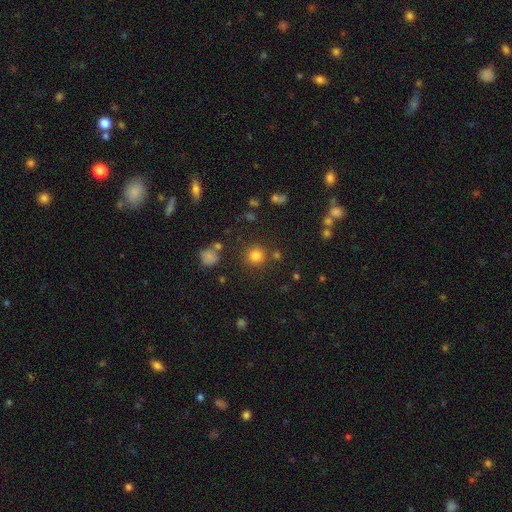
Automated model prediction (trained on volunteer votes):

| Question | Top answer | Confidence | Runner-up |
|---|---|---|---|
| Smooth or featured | smooth | 79% | star or artifact (15%) |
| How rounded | round | 93% | in between (6%) |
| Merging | none | 85% | minor disturbance (7%) |